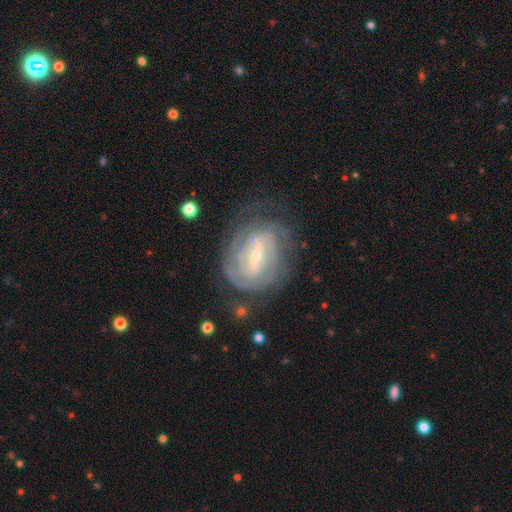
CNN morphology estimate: Q: Smooth or featured?
A: featured or disk (86%); runner-up: smooth (9%)
Q: Edge-on disk?
A: no (96%); runner-up: yes (4%)
Q: Bar?
A: strong (46%); runner-up: weak (43%)
Q: Spiral arms?
A: yes (93%); runner-up: no (7%)
Q: Spiral winding?
A: tight (70%); runner-up: medium (24%)
Q: Spiral arm count?
A: can't tell (37%); runner-up: 2 (29%)
Q: Bulge size?
A: small (63%); runner-up: moderate (31%)
Q: Merging?
A: none (68%); runner-up: minor disturbance (19%)